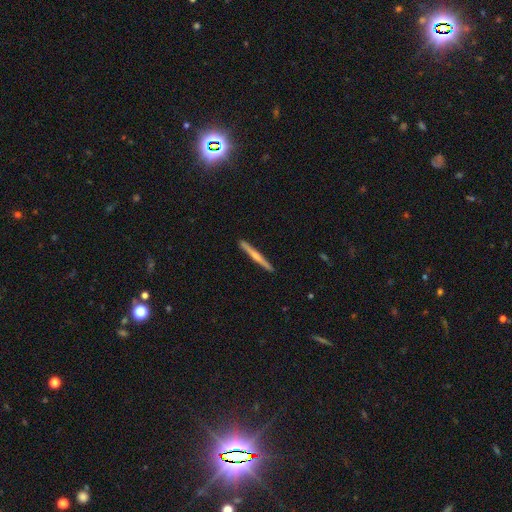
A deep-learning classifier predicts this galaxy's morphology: Smooth or featured? Predicted: featured or disk (p=0.53). Edge-on disk? Predicted: yes (p=0.98). Edge-on bulge? Predicted: rounded (p=0.53). Merging? Predicted: none (p=0.92).